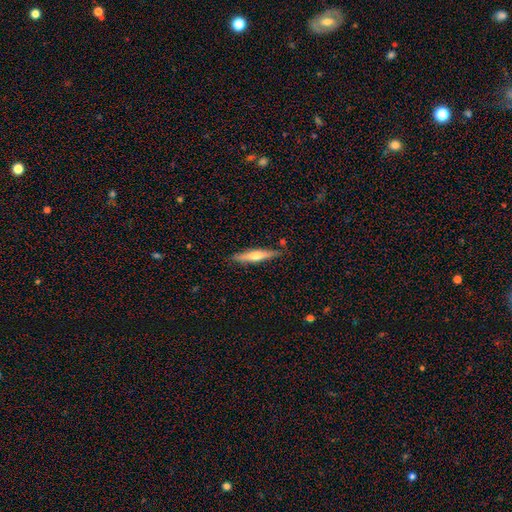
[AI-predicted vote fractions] A featured or disk galaxy (48%). Merging: none (85%).